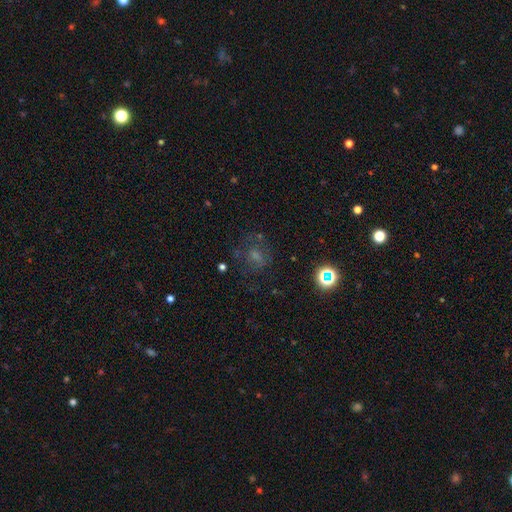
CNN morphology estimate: type=smooth (40%); merging=none (62%).